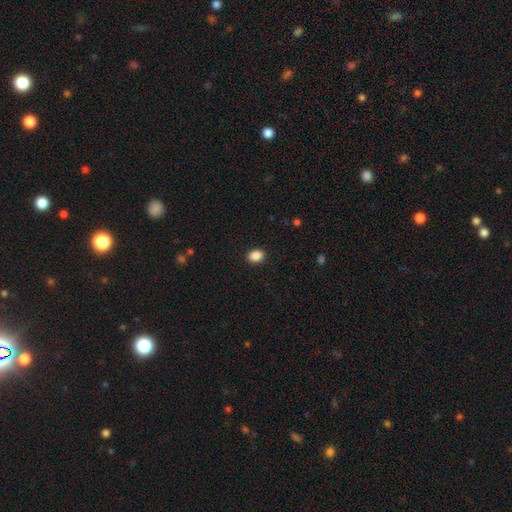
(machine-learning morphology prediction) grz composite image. It shows a smooth galaxy with no disk features (88%) that is in between round and cigar-shaped (68%). Merging: none (91%).